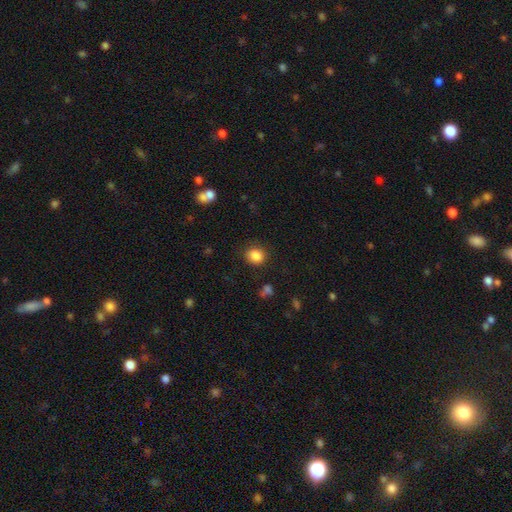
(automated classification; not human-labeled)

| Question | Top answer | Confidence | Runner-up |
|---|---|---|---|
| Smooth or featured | smooth | 86% | star or artifact (10%) |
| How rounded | round | 74% | in between (26%) |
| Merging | none | 84% | minor disturbance (11%) |